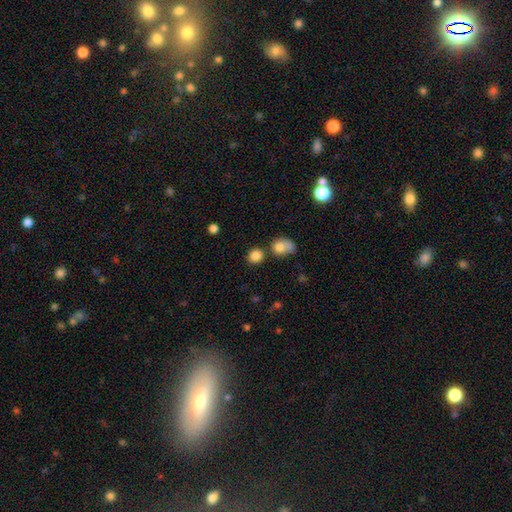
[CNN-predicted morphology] smooth 83%, star or artifact 11%, featured or disk 6%. Down the decision tree: how rounded — round (84%); merging — none (70%).